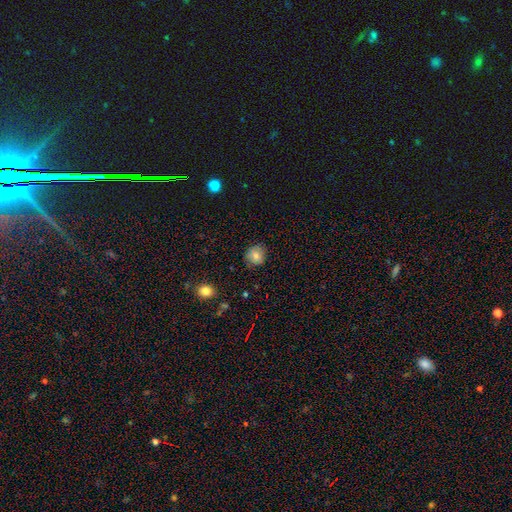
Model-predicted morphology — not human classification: This is likely a smooth galaxy (79%). How rounded: clearly round (84%). Merging: clearly none (82%).